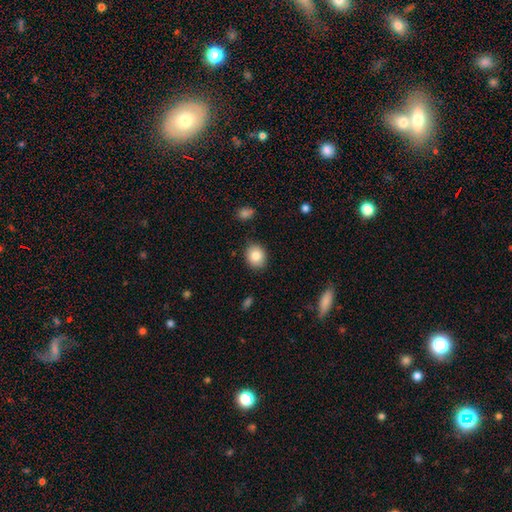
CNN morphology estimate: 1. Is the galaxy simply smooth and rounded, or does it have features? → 84% smooth, 8% star or artifact, 7% featured or disk.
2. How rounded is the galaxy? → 62% round, 37% in between, 1% cigar-shaped.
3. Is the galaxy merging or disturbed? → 86% none, 10% minor disturbance, 2% major disturbance, 1% merger.